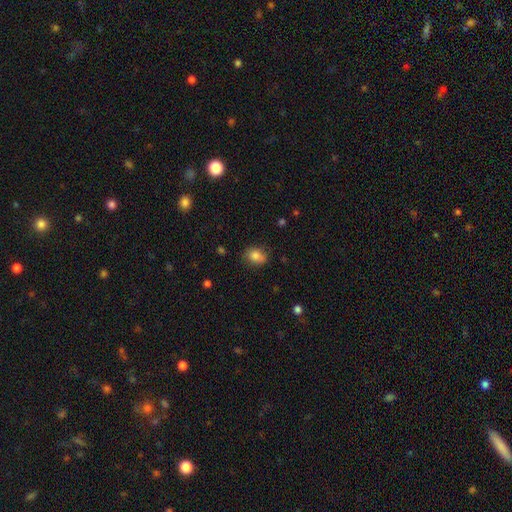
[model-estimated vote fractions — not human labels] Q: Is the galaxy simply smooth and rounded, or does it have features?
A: smooth — 82%.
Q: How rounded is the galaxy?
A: in between — 61%.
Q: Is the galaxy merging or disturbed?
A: none — 70%.